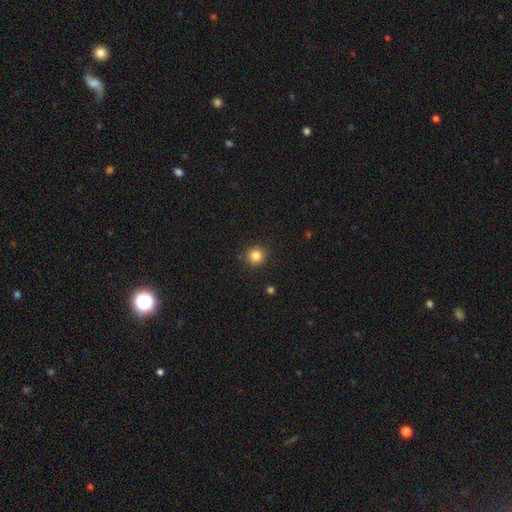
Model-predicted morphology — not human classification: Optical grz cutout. It shows a smooth galaxy with no disk features (84%) that is round (94%). Merging: none (90%).